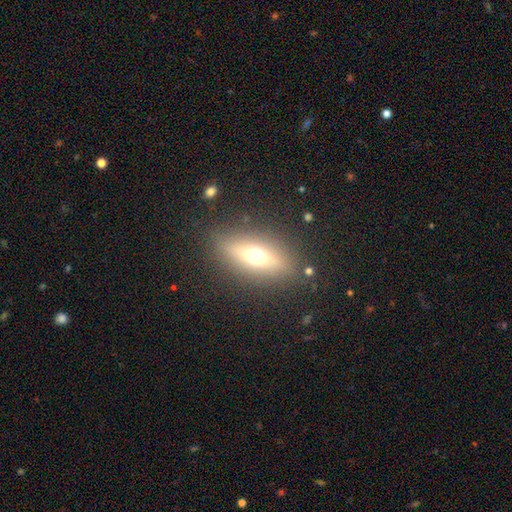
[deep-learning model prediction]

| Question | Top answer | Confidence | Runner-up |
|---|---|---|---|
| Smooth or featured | smooth | 45% | featured or disk (40%) |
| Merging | none | 86% | minor disturbance (8%) |